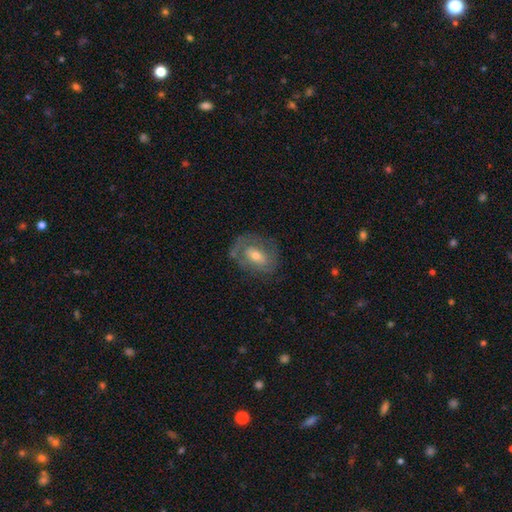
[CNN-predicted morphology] This is likely a featured or disk galaxy (62%). It is clearly not viewed edge-on (95%). Bar: possibly no (48%). Spiral arm pattern: likely yes (64%). Central bulge: possibly moderate (59%). Merging: likely none (65%).